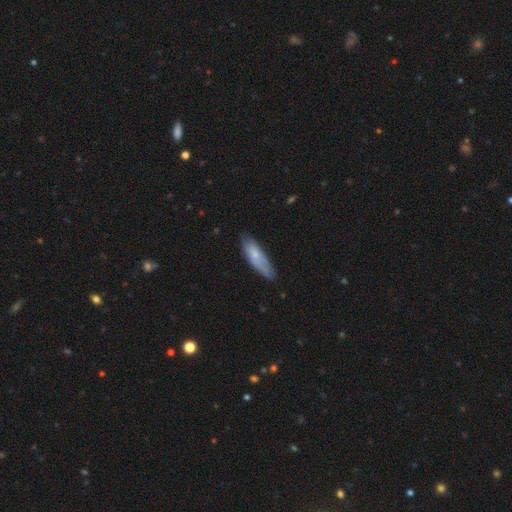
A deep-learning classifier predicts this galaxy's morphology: Smooth or featured: smooth — 68% (featured or disk — 26%)
How rounded: cigar-shaped — 53% (in between — 45%)
Merging: none — 68% (minor disturbance — 25%)